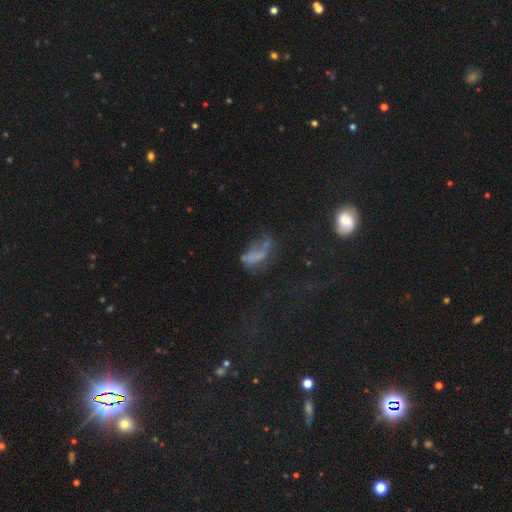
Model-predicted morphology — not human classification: type=smooth (40%); merging=major disturbance (43%).